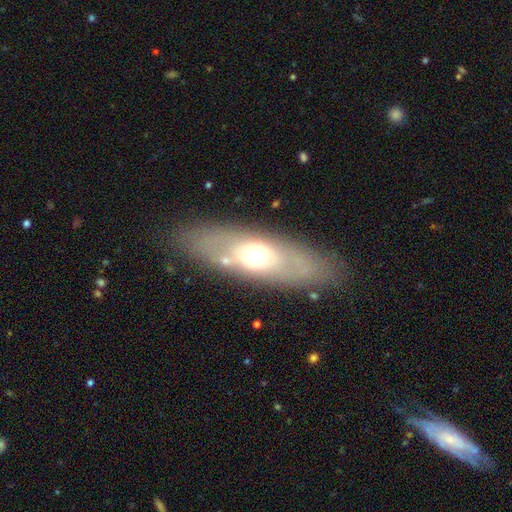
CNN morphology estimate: The model was most divided on "smooth or featured": smooth: 46%, featured or disk: 45%, star or artifact: 9%. More confident: merging — none (80%).